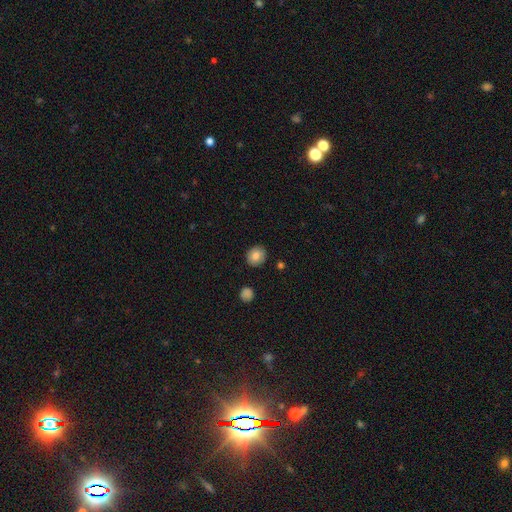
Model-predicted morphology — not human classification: Q: Smooth or featured?
A: smooth (83%); runner-up: featured or disk (9%)
Q: How rounded?
A: round (83%); runner-up: in between (16%)
Q: Merging?
A: none (89%); runner-up: minor disturbance (7%)